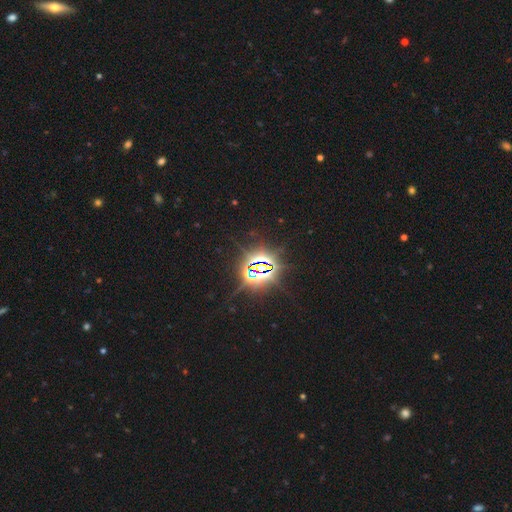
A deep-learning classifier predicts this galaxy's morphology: Smooth or featured: star or artifact — 85% (smooth — 8%)